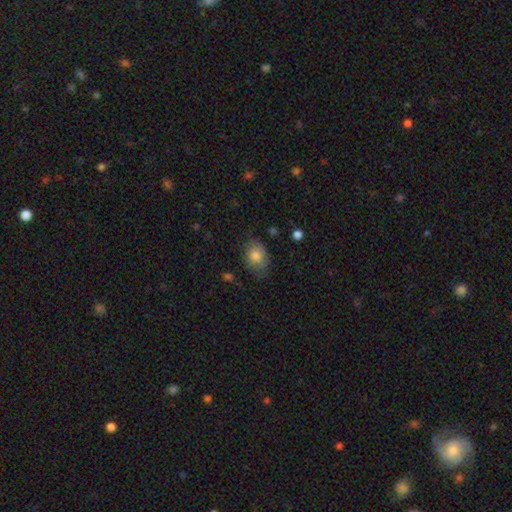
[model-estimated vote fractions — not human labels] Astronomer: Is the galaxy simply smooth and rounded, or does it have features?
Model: smooth — 79%.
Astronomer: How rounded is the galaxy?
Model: in between — 73%.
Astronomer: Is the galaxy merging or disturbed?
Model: none — 64%.